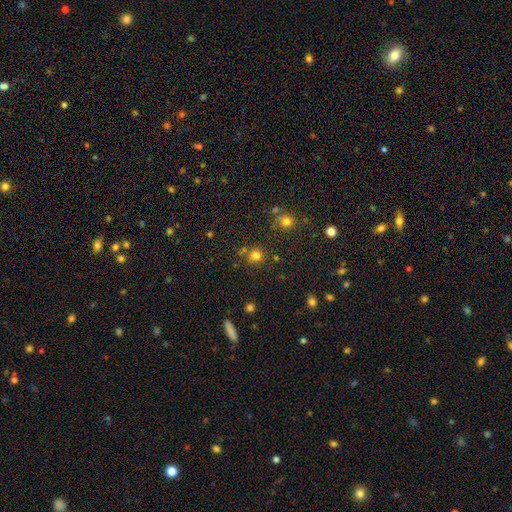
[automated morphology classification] smooth 75%, star or artifact 19%, featured or disk 6%. Down the decision tree: how rounded — round (89%); merging — none (73%).